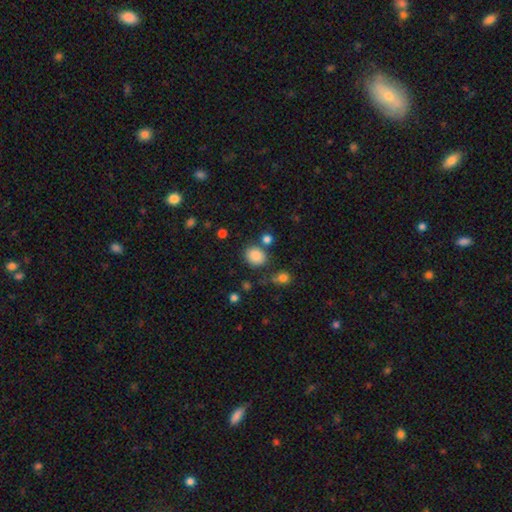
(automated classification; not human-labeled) Morphology: type=smooth (85%); roundness=round (66%); merging=none (76%).